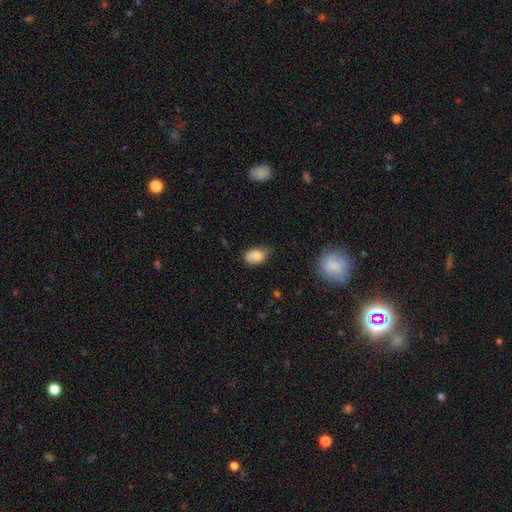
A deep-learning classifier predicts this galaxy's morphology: Smooth or featured?
  - smooth: 82% *
  - featured or disk: 10%
  - star or artifact: 8%
How rounded?
  - in between: 84% *
  - round: 14%
  - cigar-shaped: 2%
Merging?
  - none: 51% *
  - minor disturbance: 39%
  - major disturbance: 8%
  - merger: 2%